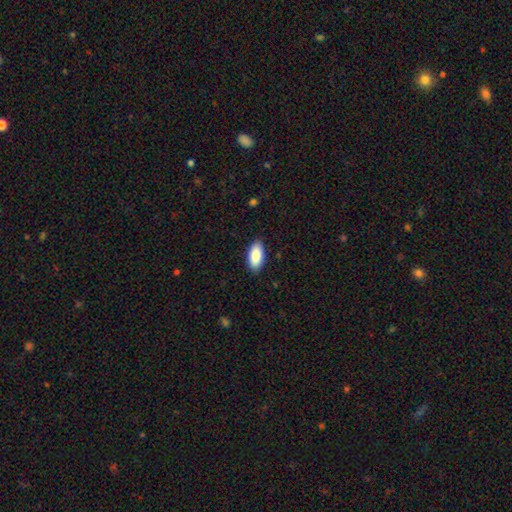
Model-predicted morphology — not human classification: type=smooth (88%); roundness=in between (93%); merging=none (88%).